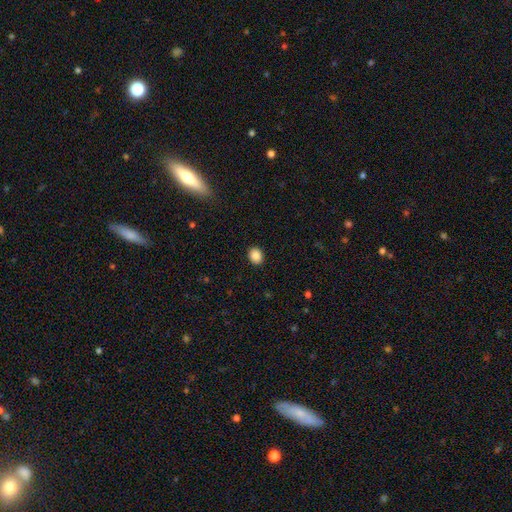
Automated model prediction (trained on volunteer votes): Overall: smooth (88%). How rounded: round (52%; in between 47%). Merging: none (91%).